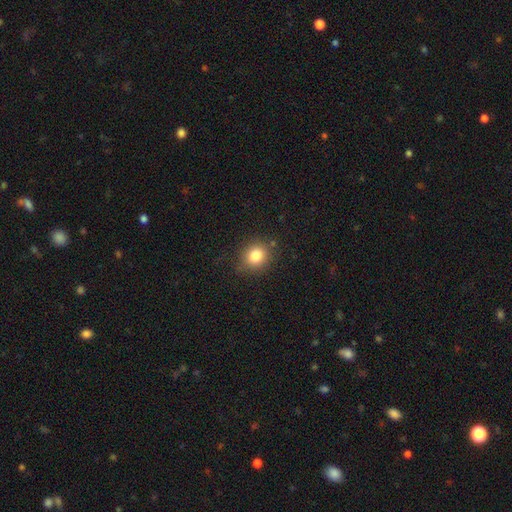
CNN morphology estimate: smooth_or_featured: smooth (p=0.82) [alt: star or artifact p=0.11]
how_rounded: round (p=0.74) [alt: in between p=0.25]
merging: none (p=0.82) [alt: minor disturbance p=0.13]